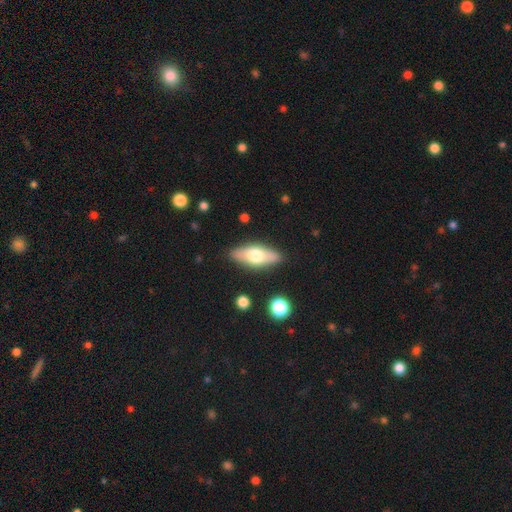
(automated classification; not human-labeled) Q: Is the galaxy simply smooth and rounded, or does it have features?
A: smooth — 59%.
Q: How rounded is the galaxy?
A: in between — 72%.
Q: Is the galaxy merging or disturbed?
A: none — 84%.